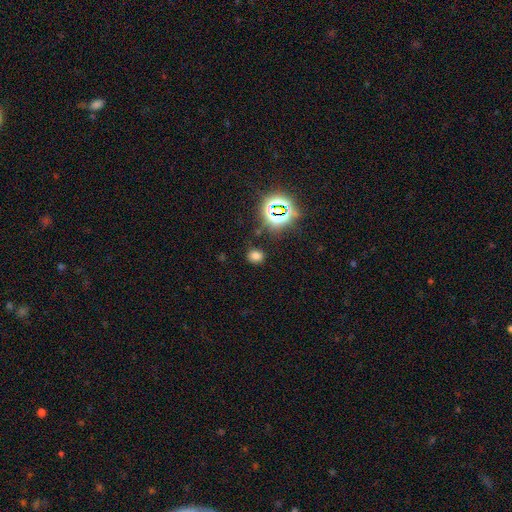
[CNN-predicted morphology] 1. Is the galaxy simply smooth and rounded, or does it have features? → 68% smooth, 26% star or artifact, 6% featured or disk.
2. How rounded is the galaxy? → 63% round, 36% in between, 1% cigar-shaped.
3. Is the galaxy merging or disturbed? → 83% none, 10% minor disturbance, 4% major disturbance, 3% merger.